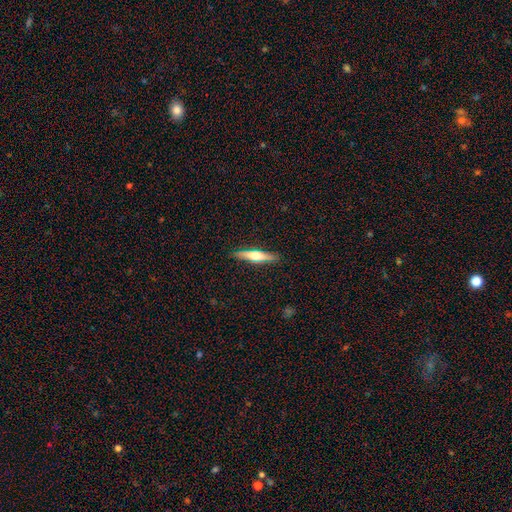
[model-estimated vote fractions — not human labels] Q: Smooth or featured?
A: featured or disk (51%); runner-up: smooth (43%)
Q: Edge-on disk?
A: yes (94%); runner-up: no (6%)
Q: Merging?
A: none (89%); runner-up: minor disturbance (8%)